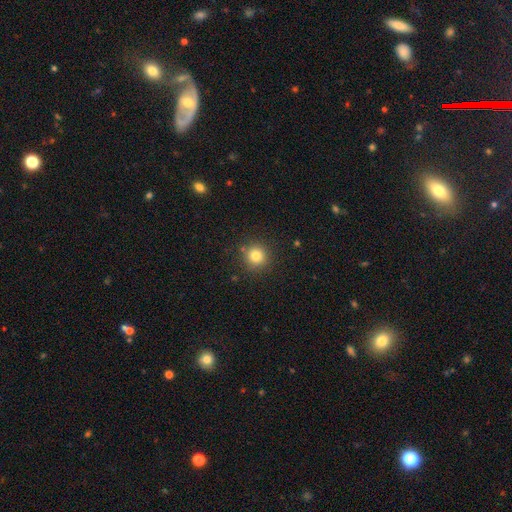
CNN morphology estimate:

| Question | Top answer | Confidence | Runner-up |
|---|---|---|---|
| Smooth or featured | smooth | 80% | star or artifact (13%) |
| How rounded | round | 94% | in between (5%) |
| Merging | none | 88% | minor disturbance (7%) |